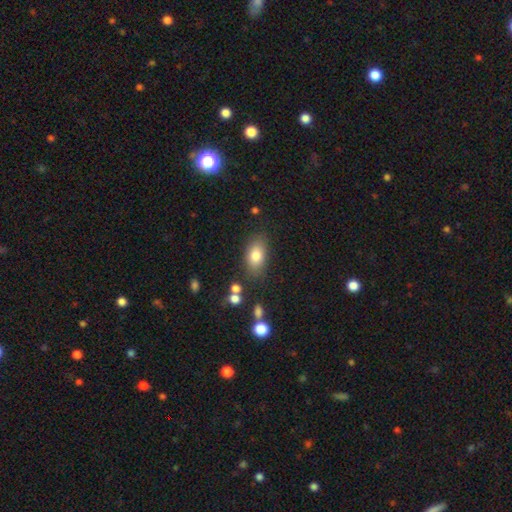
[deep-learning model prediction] smooth 80%, featured or disk 11%, star or artifact 9%. Down the decision tree: how rounded — in between (87%); merging — none (79%).